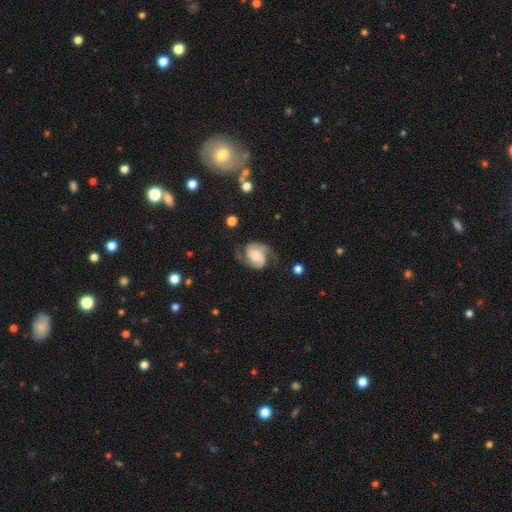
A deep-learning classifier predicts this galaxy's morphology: Smooth or featured: featured or disk — 84% (smooth — 10%)
Edge-on disk: no — 98% (yes — 2%)
Bar: no — 60% (weak — 28%)
Spiral arms: yes — 96% (no — 4%)
Spiral winding: medium — 50% (loose — 27%)
Spiral arm count: 2 — 92% (can't tell — 3%)
Bulge size: small — 44% (moderate — 39%)
Merging: none — 71% (minor disturbance — 17%)